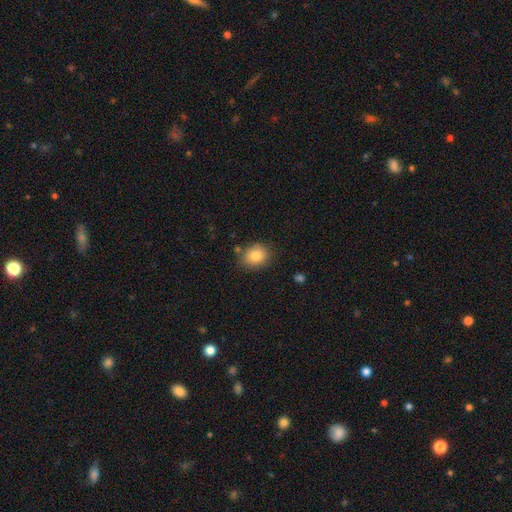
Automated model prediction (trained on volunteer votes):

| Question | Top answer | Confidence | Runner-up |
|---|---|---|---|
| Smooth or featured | smooth | 81% | featured or disk (10%) |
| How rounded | round | 65% | in between (34%) |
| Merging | none | 79% | minor disturbance (13%) |